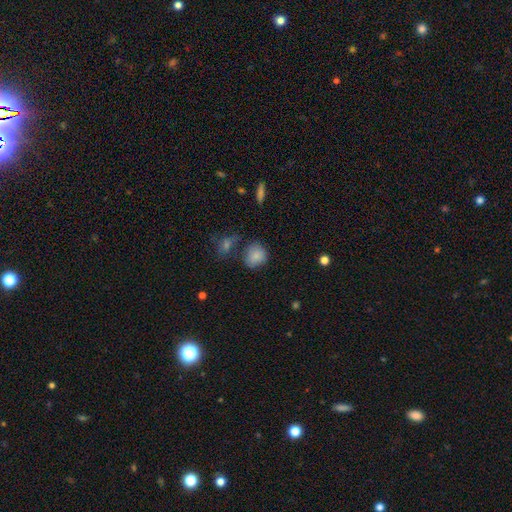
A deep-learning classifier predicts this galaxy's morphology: A smooth galaxy with no disk features (84%) that is round (69%).

Vote fractions:
- Smooth or featured? smooth: 84% / star or artifact: 9% / featured or disk: 7%
- How rounded? round: 69% / in between: 30% / cigar-shaped: 1%
- Merging? none: 62% / minor disturbance: 22% / merger: 9% / major disturbance: 7%